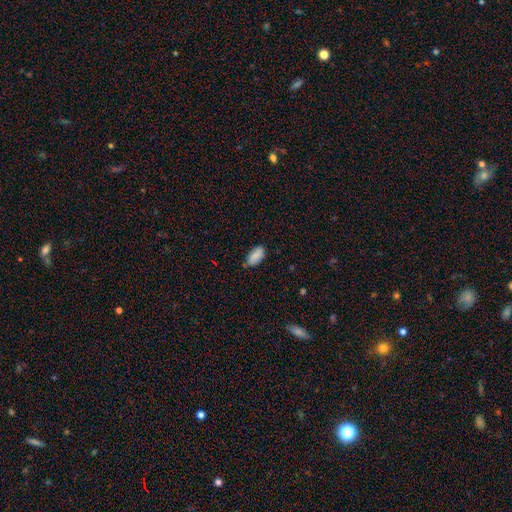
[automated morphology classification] Smooth or featured? Predicted: smooth (p=0.88). How rounded? Predicted: in between (p=0.93). Merging? Predicted: none (p=0.75).